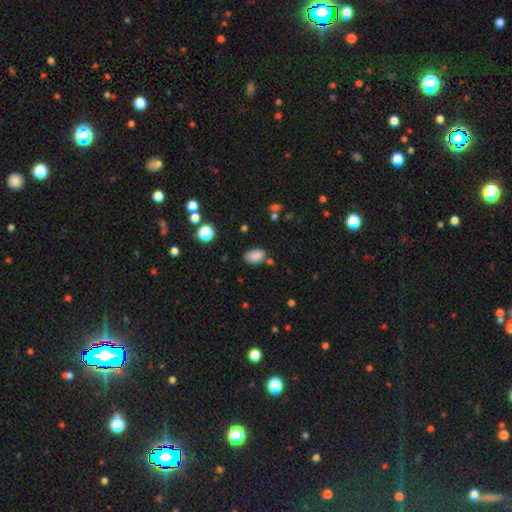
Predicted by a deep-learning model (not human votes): Smooth or featured? Predicted: smooth (p=0.84). How rounded? Predicted: in between (p=0.88). Merging? Predicted: none (p=0.71).